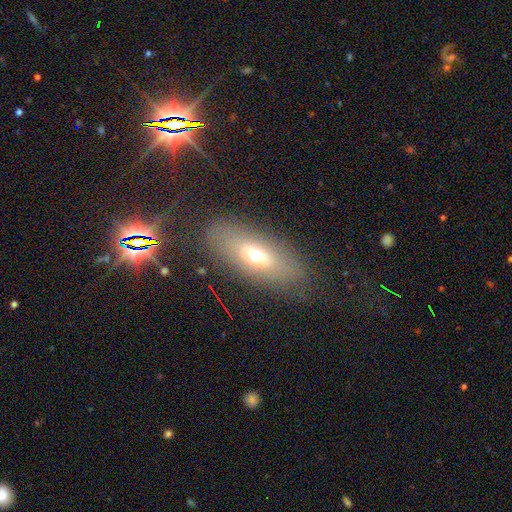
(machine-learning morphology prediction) type=smooth (58%); roundness=in between (73%); merging=none (79%).